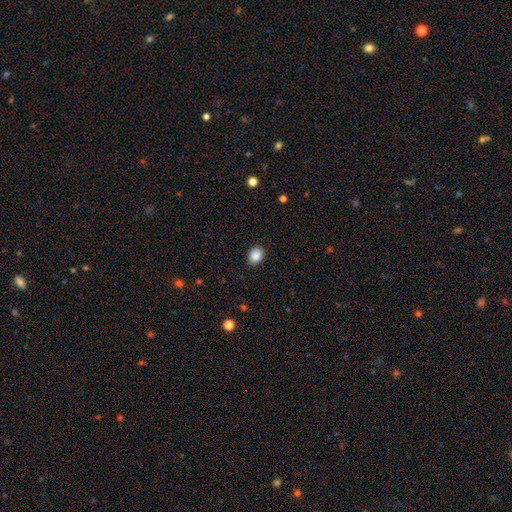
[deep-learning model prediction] Morphology: type=smooth (88%); roundness=round (50%); merging=none (86%).